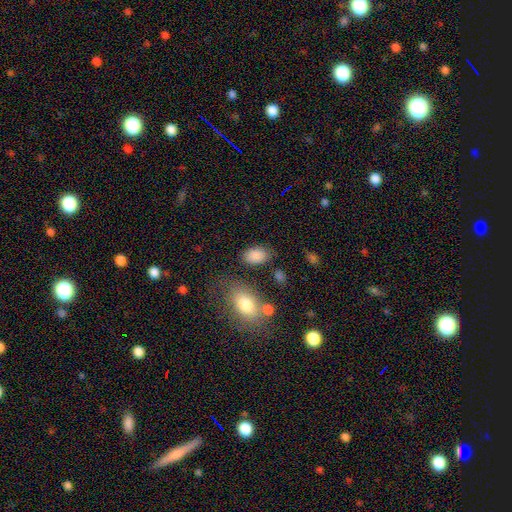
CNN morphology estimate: A smooth galaxy with no disk features (86%) that is in between round and cigar-shaped (90%). Merging: none (75%).